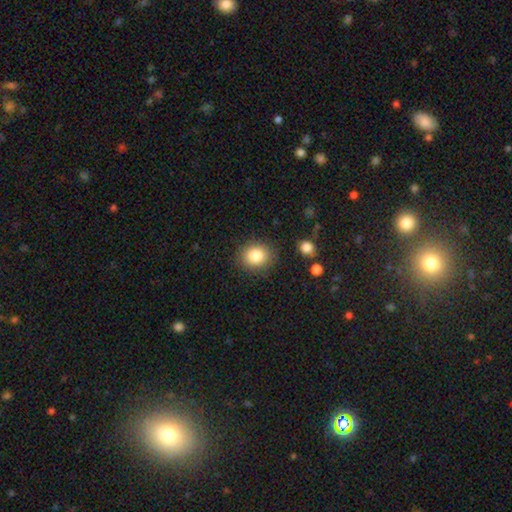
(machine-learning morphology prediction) This appears to be a smooth galaxy with no disk features (84%) that is round (69%). Merging: none (86%).